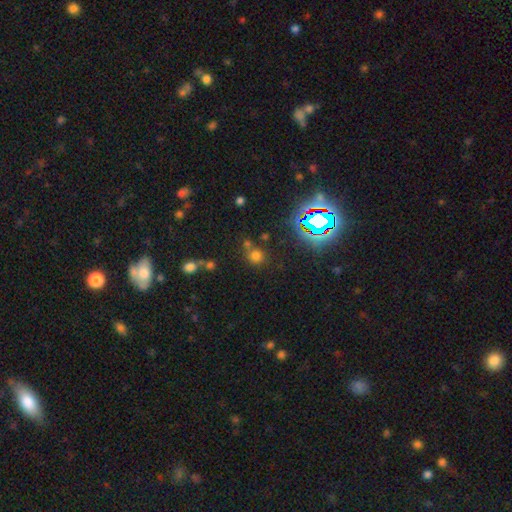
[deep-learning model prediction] The model was most divided on "smooth or featured": smooth: 61%, star or artifact: 31%, featured or disk: 8%. More confident: how rounded — round (89%); merging — none (68%).